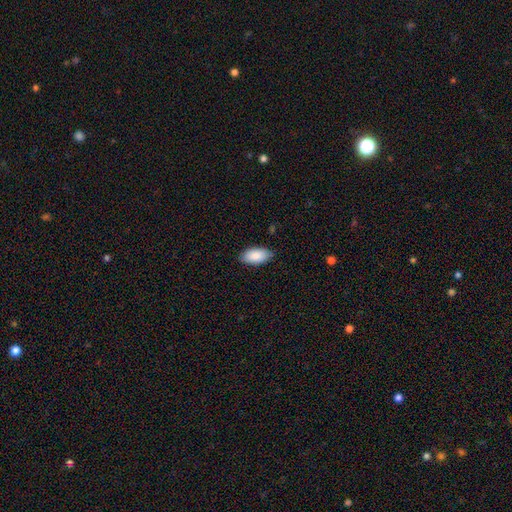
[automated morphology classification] Smooth or featured: smooth — 89% (star or artifact — 6%)
How rounded: in between — 95% (cigar-shaped — 3%)
Merging: none — 86% (minor disturbance — 11%)